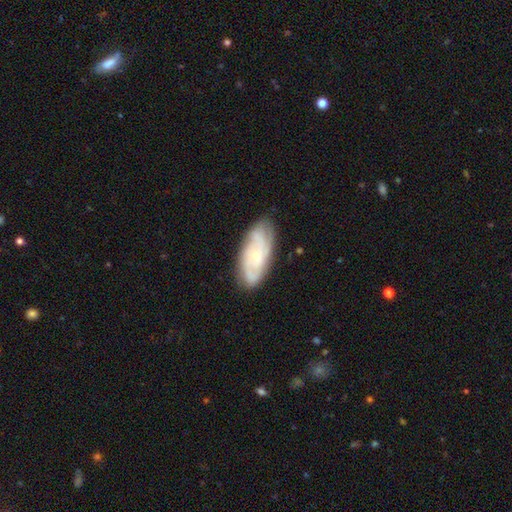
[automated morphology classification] Smooth or featured? featured or disk (66%)
Edge-on disk? no (92%)
Bar? no (74%)
Spiral arms? yes (89%)
Spiral winding? tight (54%)
Spiral arm count? can't tell (40%)
Bulge size? small (70%)
Merging? none (79%)